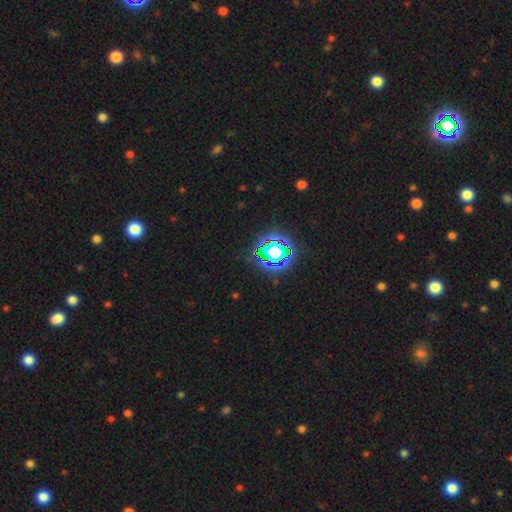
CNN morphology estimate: Overall: star or artifact (79%).